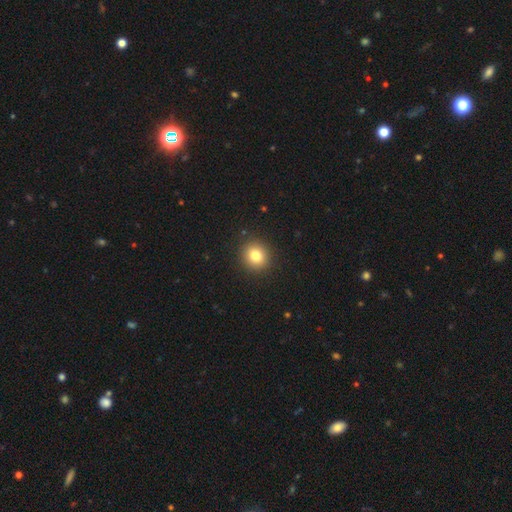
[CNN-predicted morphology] Q: Smooth or featured?
A: smooth (81%); runner-up: star or artifact (11%)
Q: How rounded?
A: round (86%); runner-up: in between (13%)
Q: Merging?
A: none (91%); runner-up: minor disturbance (6%)